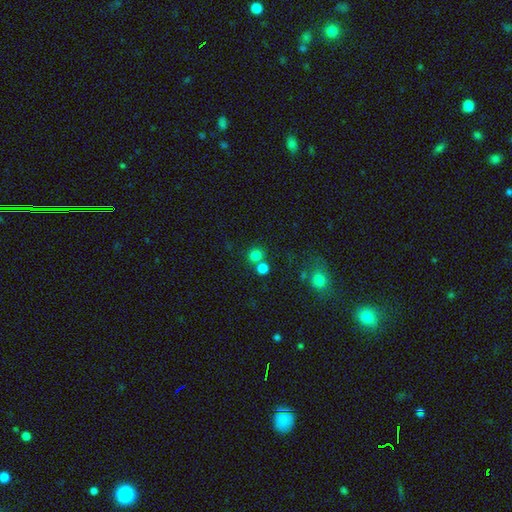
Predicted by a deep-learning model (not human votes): Smooth or featured? smooth (78%)
How rounded? round (91%)
Merging? none (63%)